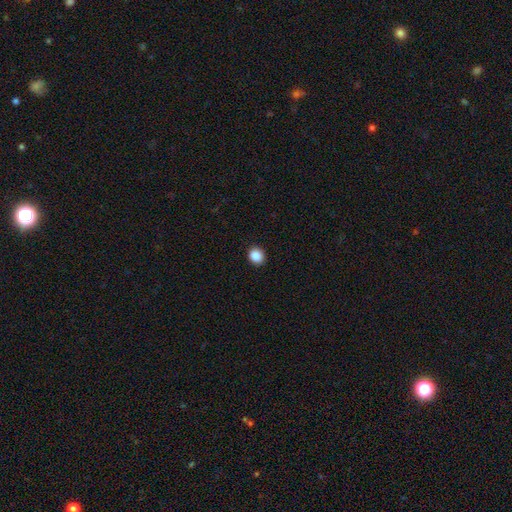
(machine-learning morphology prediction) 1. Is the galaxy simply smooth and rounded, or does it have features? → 88% smooth, 9% star or artifact, 3% featured or disk.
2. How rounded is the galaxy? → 74% round, 25% in between, 1% cigar-shaped.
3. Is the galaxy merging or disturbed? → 92% none, 6% minor disturbance, 2% major disturbance, 1% merger.